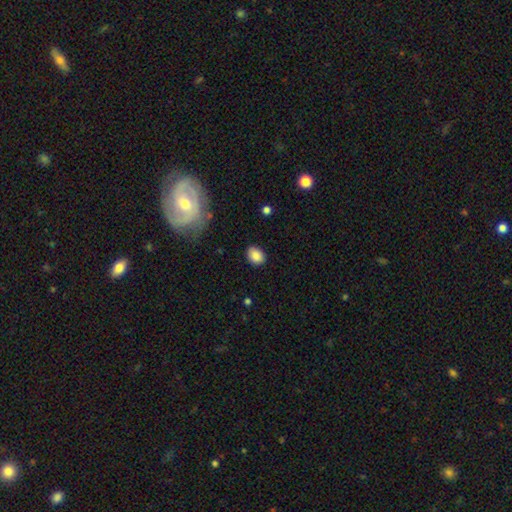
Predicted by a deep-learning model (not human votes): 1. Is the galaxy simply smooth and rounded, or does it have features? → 86% smooth, 9% star or artifact, 5% featured or disk.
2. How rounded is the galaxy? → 58% in between, 40% round, 1% cigar-shaped.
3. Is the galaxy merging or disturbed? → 83% none, 13% minor disturbance, 3% major disturbance, 1% merger.